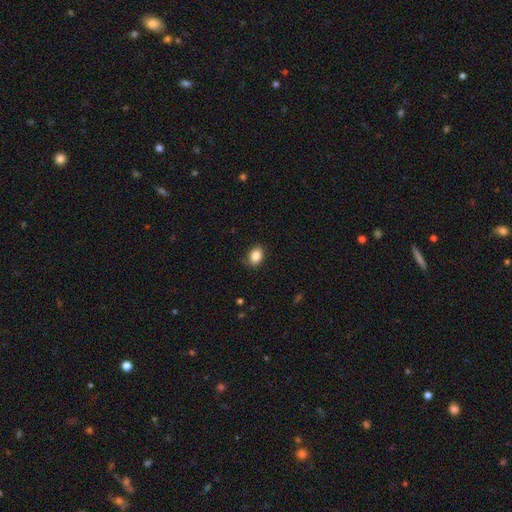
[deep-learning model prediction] This appears to be a smooth galaxy with no disk features (85%) that is in between round and cigar-shaped (69%). Merging: none (79%).